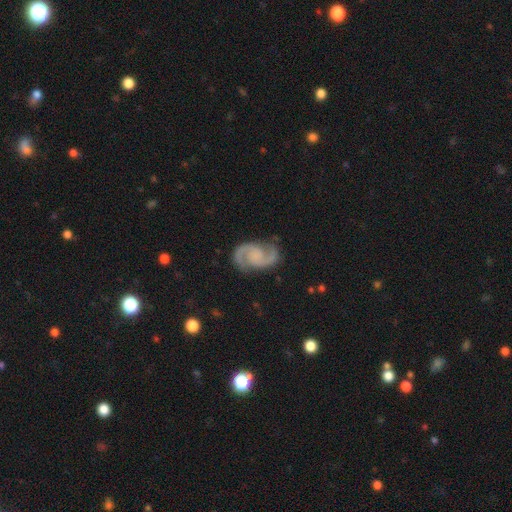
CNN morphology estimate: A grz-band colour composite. It shows a featured or disk galaxy (91%) with no bar (59%), 2 (94%) medium (59%) spiral arms (98%) and no central bulge (59%). Merging: none (82%).